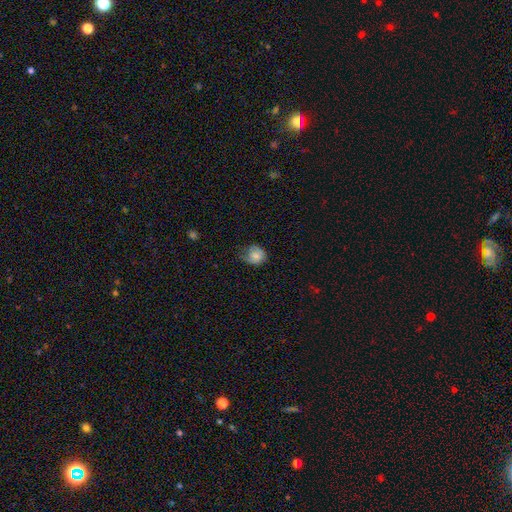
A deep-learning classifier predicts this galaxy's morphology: Smooth or featured?
  - smooth: 74% *
  - featured or disk: 18%
  - star or artifact: 8%
How rounded?
  - round: 70% *
  - in between: 30%
  - cigar-shaped: 1%
Merging?
  - none: 42% *
  - minor disturbance: 37%
  - major disturbance: 19%
  - merger: 2%